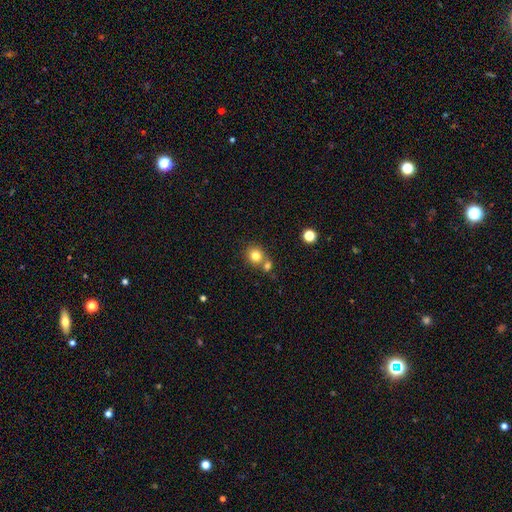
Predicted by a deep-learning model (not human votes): This is likely a smooth galaxy (79%). How rounded: clearly round (83%). Merging: possibly none (57%).